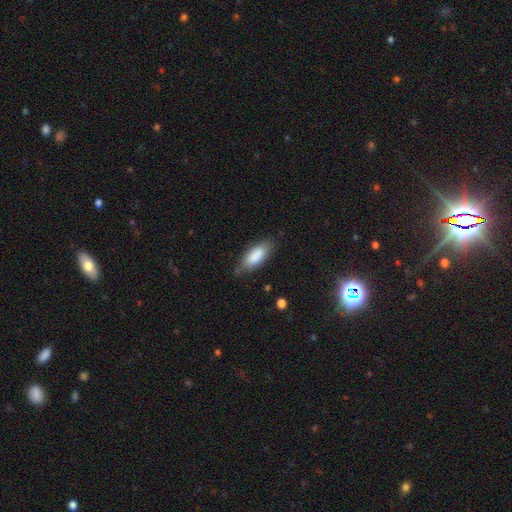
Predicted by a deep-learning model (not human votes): This appears to be a smooth galaxy with no disk features (85%) that is in between round and cigar-shaped (78%). Merging: none (75%).